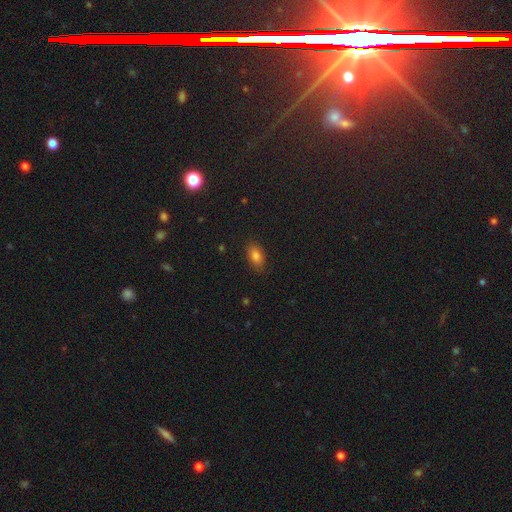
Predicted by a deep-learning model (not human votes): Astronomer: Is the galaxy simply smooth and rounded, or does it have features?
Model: smooth — 81%.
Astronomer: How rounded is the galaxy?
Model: in between — 88%.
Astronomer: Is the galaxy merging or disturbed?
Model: none — 84%.